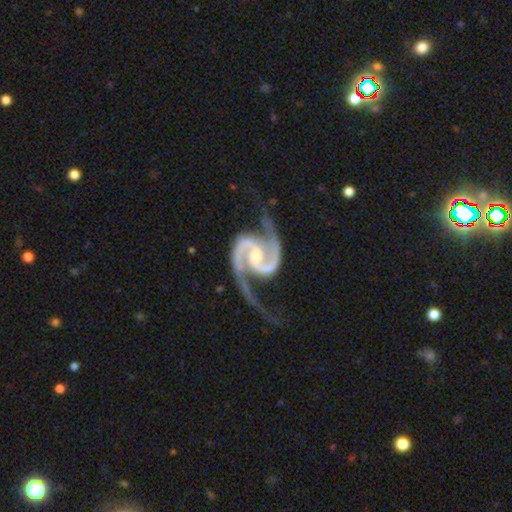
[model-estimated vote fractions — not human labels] smooth_or_featured: featured or disk (p=0.95) [alt: star or artifact p=0.03]
disk_edge_on: no (p=0.98) [alt: yes p=0.02]
bar: weak (p=0.44) [alt: no p=0.31]
has_spiral_arms: yes (p=0.99) [alt: no p=0.01]
spiral_winding: medium (p=0.63) [alt: tight p=0.19]
spiral_arm_count: 2 (p=0.95) [alt: 3 p=0.01]
bulge_size: moderate (p=0.48) [alt: small p=0.42]
merging: none (p=0.67) [alt: minor disturbance p=0.18]